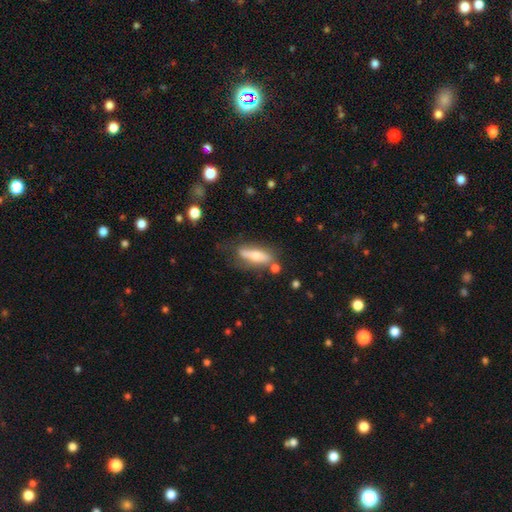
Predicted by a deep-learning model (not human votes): Smooth or featured: smooth — 51% (featured or disk — 42%)
How rounded: cigar-shaped — 55% (in between — 43%)
Merging: none — 61% (minor disturbance — 22%)